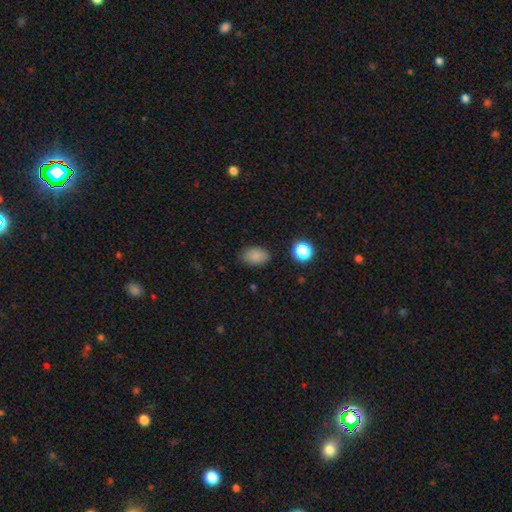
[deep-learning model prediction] smooth-or-featured: smooth: 85% | star or artifact: 11% | featured or disk: 5%
  how-rounded: in between: 84% | round: 15% | cigar-shaped: 1%
  merging: none: 82% | minor disturbance: 13% | major disturbance: 3% | merger: 2%